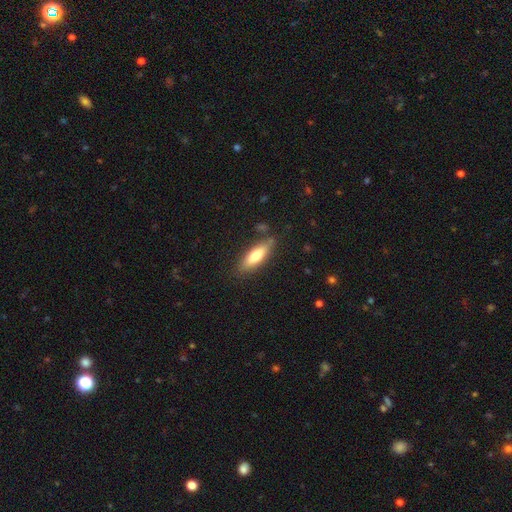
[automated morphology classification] smooth-or-featured: smooth: 72% | featured or disk: 22% | star or artifact: 6%
  how-rounded: in between: 53% | cigar-shaped: 45% | round: 2%
  merging: none: 79% | minor disturbance: 15% | major disturbance: 3% | merger: 3%